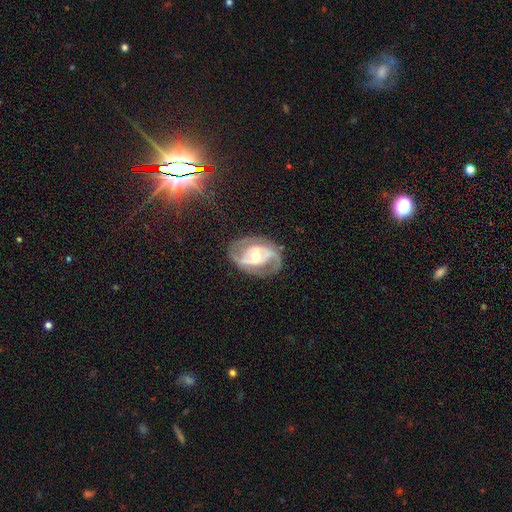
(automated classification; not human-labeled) featured or disk 82%, smooth 13%, star or artifact 5%. Down the decision tree: edge-on disk — no (96%); bar — weak (39%); spiral arms — yes (85%); spiral arm count — 2 (81%); spiral winding — medium (48%); bulge size — moderate (63%); merging — none (73%).